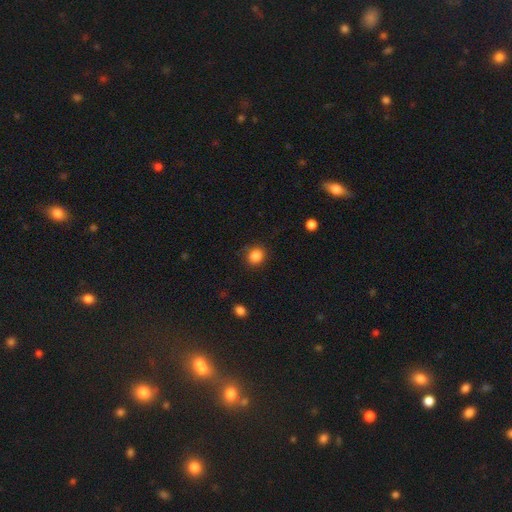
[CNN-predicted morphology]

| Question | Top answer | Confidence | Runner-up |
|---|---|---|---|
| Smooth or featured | smooth | 86% | star or artifact (10%) |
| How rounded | round | 79% | in between (20%) |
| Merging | none | 85% | minor disturbance (10%) |